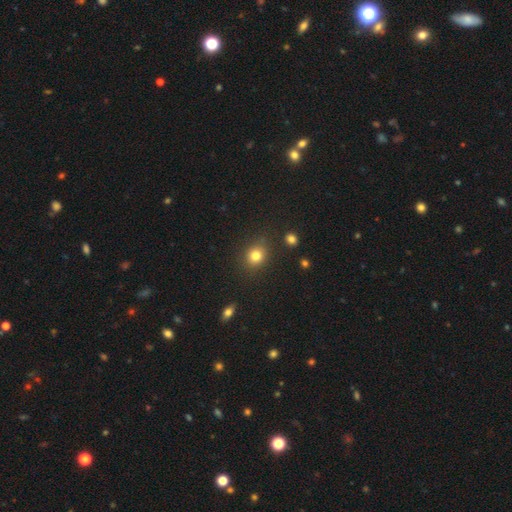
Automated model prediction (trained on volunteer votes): Overall: smooth (81%). How rounded: round (71%). Merging: none (84%).